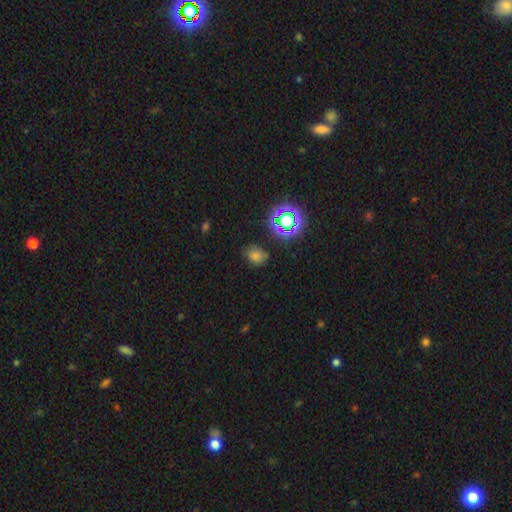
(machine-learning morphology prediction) This is possibly a smooth galaxy (58%). How rounded: possibly round (58%). Merging: likely none (80%).